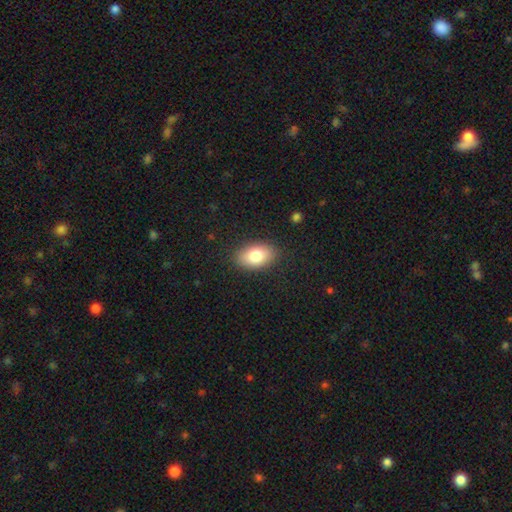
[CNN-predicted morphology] This appears to be a smooth galaxy with no disk features (81%) that is in between round and cigar-shaped (91%). Merging: none (87%).